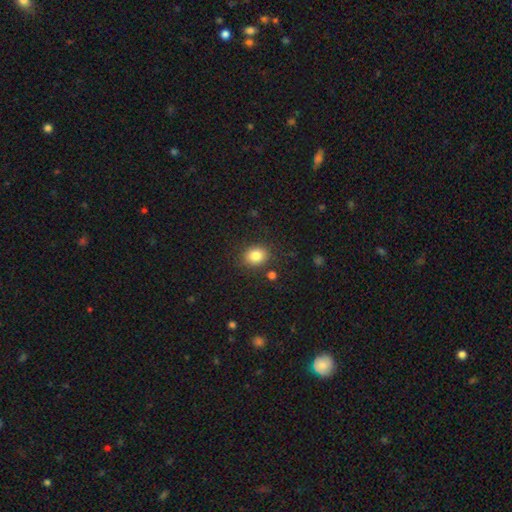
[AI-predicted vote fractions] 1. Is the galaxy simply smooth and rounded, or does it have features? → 84% smooth, 10% star or artifact, 6% featured or disk.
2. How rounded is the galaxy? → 55% round, 44% in between, 1% cigar-shaped.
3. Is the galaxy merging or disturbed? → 84% none, 10% minor disturbance, 3% major disturbance, 3% merger.